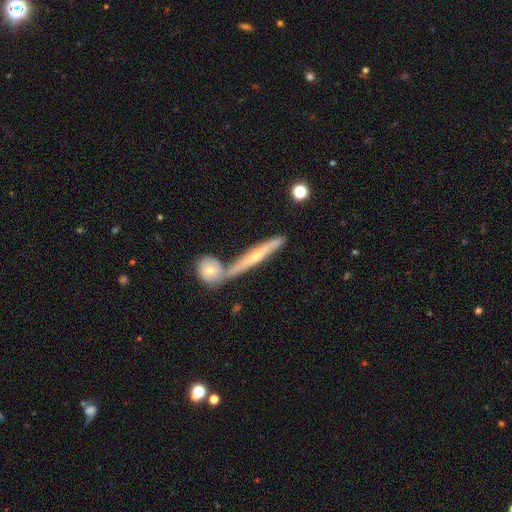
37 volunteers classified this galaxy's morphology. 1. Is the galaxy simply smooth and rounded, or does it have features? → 68% featured or disk, 27% smooth, 5% star or artifact.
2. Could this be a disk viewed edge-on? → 92% yes, 8% no.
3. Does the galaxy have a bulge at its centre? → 57% rounded, 43% none, 0% boxy.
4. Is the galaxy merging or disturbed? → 66% none, 23% merger, 11% minor disturbance, 0% major disturbance.